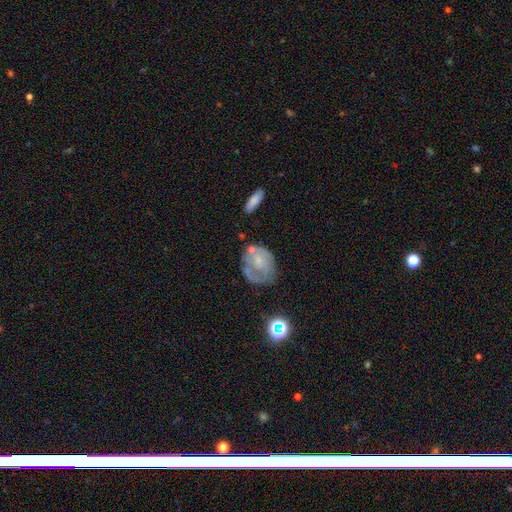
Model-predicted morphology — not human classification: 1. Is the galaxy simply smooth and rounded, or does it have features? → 57% featured or disk, 34% smooth, 9% star or artifact.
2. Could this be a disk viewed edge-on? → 97% no, 3% yes.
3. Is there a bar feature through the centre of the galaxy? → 74% no, 22% weak, 4% strong.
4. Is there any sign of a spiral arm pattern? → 61% yes, 39% no.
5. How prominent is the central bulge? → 60% small, 20% moderate, 17% none, 2% large, 1% dominant.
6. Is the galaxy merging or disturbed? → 44% none, 26% minor disturbance, 22% major disturbance, 8% merger.